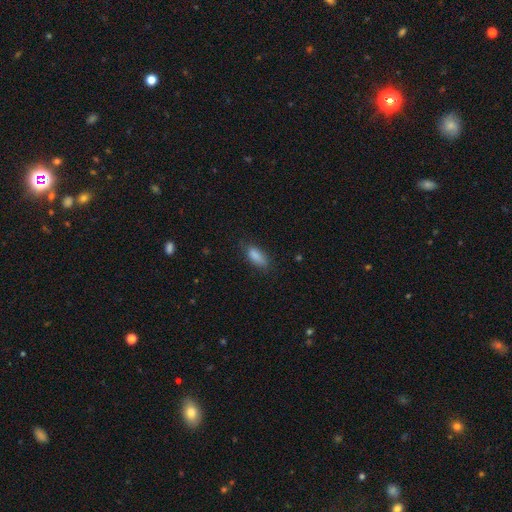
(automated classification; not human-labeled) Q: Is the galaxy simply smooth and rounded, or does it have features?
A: smooth — 86%.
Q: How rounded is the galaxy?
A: in between — 79%.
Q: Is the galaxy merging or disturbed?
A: none — 74%.